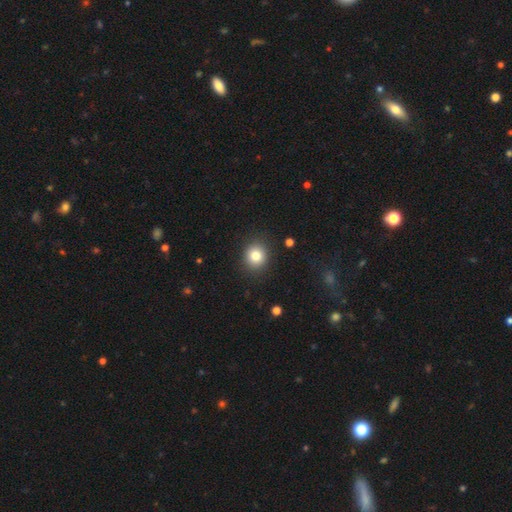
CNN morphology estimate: type=smooth (82%); roundness=round (82%); merging=none (89%).